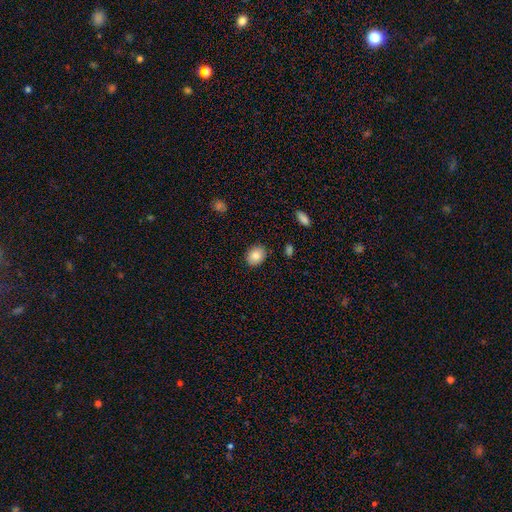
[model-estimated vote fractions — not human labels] This is clearly a smooth galaxy (86%). How rounded: possibly in between (57%). Merging: clearly none (87%).